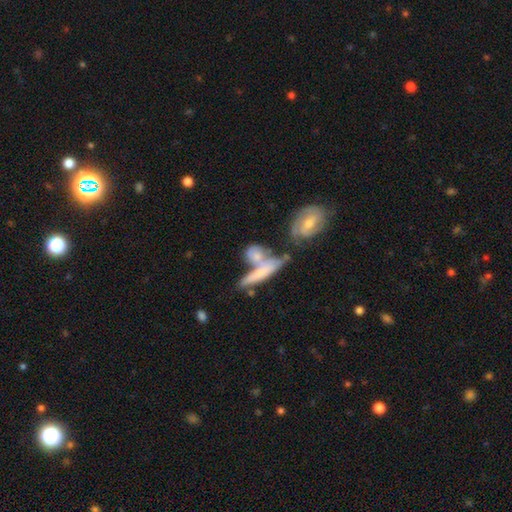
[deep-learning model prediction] smooth 56%, featured or disk 35%, star or artifact 8%. Down the decision tree: how rounded — cigar-shaped (48%); merging — merger (50%).